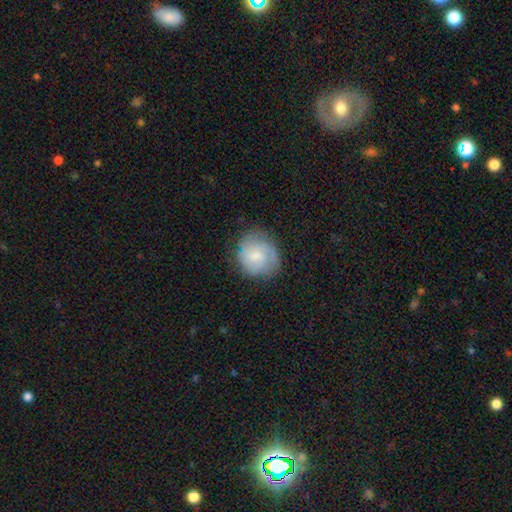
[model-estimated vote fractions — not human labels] A featured or disk galaxy (50%). Merging: none (72%).